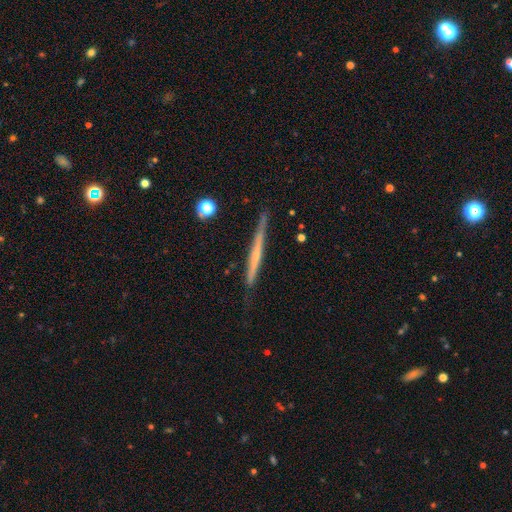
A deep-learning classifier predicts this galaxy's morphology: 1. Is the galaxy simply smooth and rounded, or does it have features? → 62% featured or disk, 32% smooth, 6% star or artifact.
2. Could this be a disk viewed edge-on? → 97% yes, 3% no.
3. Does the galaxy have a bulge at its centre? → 68% none, 27% rounded, 5% boxy.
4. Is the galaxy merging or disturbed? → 84% none, 12% minor disturbance, 2% major disturbance, 2% merger.